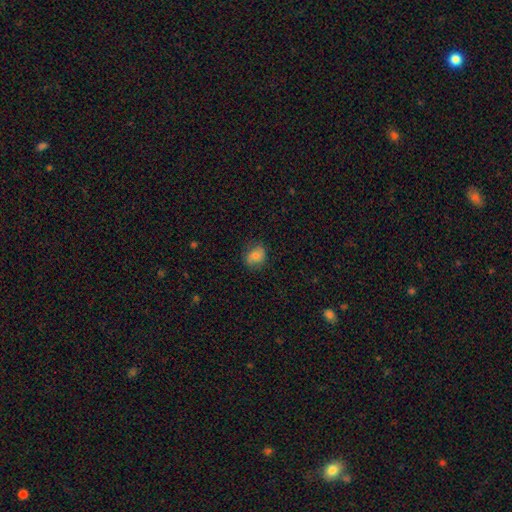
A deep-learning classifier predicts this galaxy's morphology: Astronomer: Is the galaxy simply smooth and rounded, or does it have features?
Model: smooth — 77%.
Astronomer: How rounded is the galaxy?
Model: in between — 50% (runner-up: round, 49%).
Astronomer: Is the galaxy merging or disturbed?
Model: none — 74%.